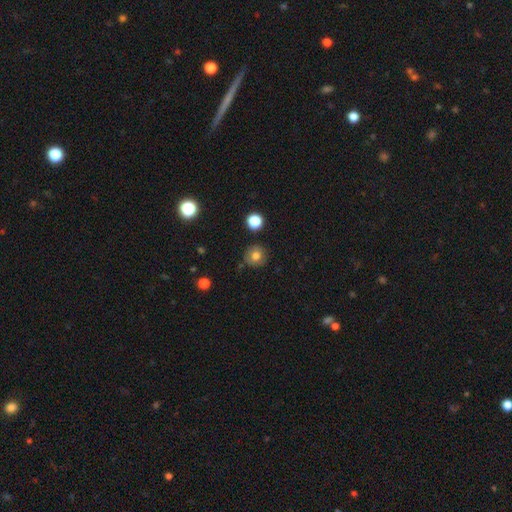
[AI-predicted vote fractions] A smooth galaxy with no disk features (77%) that is round (87%).

Vote fractions:
- Smooth or featured? smooth: 77% / star or artifact: 12% / featured or disk: 10%
- How rounded? round: 87% / in between: 12% / cigar-shaped: 1%
- Merging? none: 80% / minor disturbance: 13% / merger: 4% / major disturbance: 3%